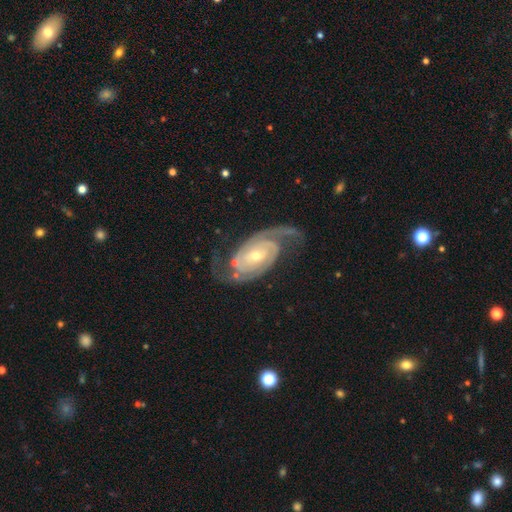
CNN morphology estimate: This is clearly a featured or disk galaxy (92%). It is clearly not viewed edge-on (97%). Bar: likely no (60%). Spiral arm pattern: clearly yes (98%). Spiral arm count: clearly 2 (88%). Spiral winding: possibly tight (48%). Central bulge: possibly small (50%). Merging: likely none (73%).